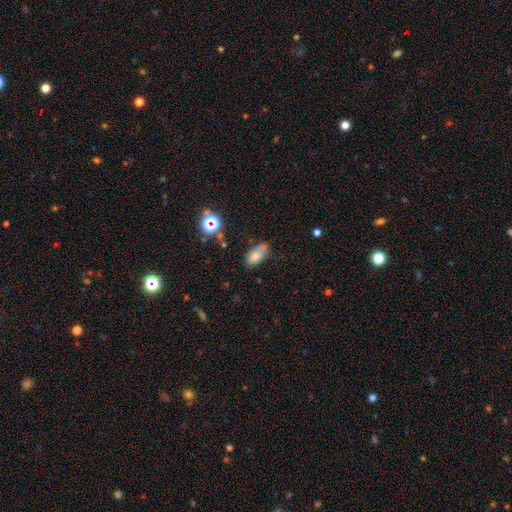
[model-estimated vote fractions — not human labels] Smooth or featured: smooth — 76% (featured or disk — 13%)
How rounded: in between — 88% (cigar-shaped — 8%)
Merging: none — 66% (minor disturbance — 25%)